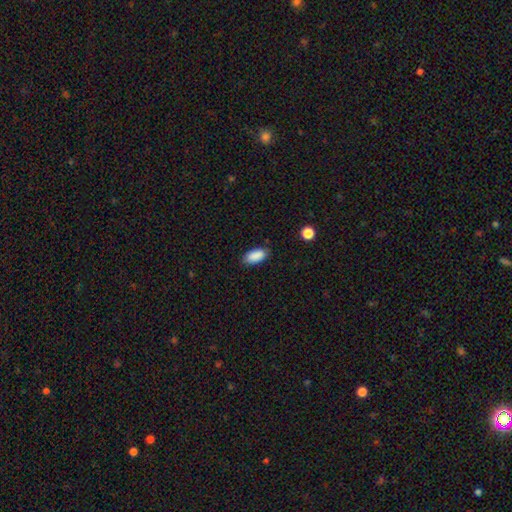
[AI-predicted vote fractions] Overall: smooth (89%). How rounded: in between (91%). Merging: none (83%).